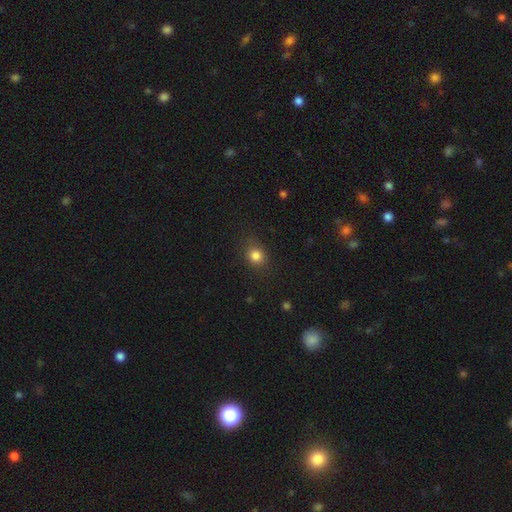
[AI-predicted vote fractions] Smooth or featured: smooth — 83% (star or artifact — 11%)
How rounded: round — 67% (in between — 32%)
Merging: none — 83% (minor disturbance — 12%)